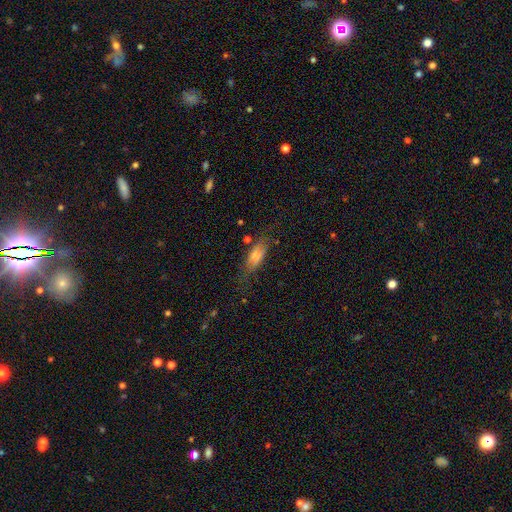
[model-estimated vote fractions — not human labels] smooth_or_featured: smooth (p=0.65) [alt: featured or disk p=0.26]
how_rounded: in between (p=0.67) [alt: cigar-shaped p=0.30]
merging: none (p=0.55) [alt: minor disturbance p=0.26]